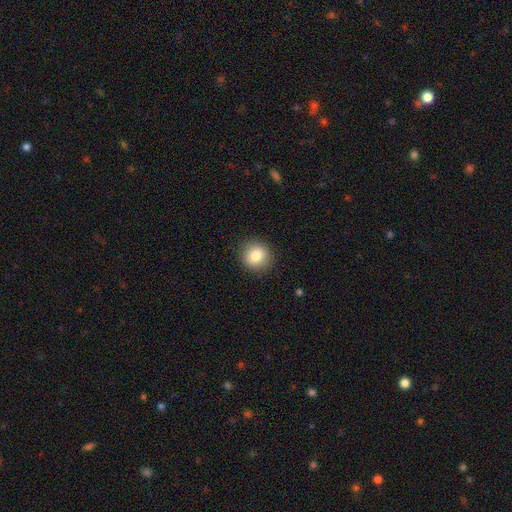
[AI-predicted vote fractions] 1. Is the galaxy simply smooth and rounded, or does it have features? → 83% smooth, 9% star or artifact, 8% featured or disk.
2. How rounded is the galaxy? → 90% round, 9% in between, 1% cigar-shaped.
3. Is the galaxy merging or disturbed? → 90% none, 7% minor disturbance, 2% major disturbance, 1% merger.